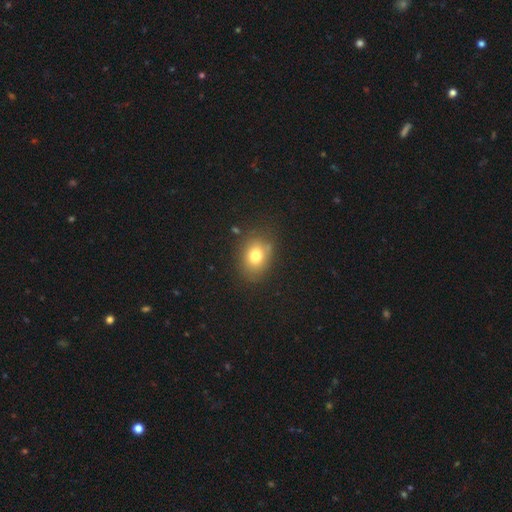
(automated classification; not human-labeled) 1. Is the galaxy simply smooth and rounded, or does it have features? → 76% smooth, 12% star or artifact, 12% featured or disk.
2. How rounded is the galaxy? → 54% in between, 45% round, 1% cigar-shaped.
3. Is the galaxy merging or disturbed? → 78% none, 15% minor disturbance, 4% major disturbance, 3% merger.